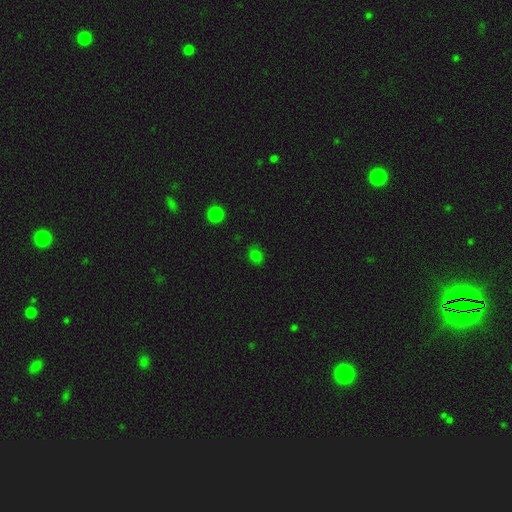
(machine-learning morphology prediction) smooth 76%, star or artifact 20%, featured or disk 4%. Down the decision tree: how rounded — in between (54%); merging — none (82%).